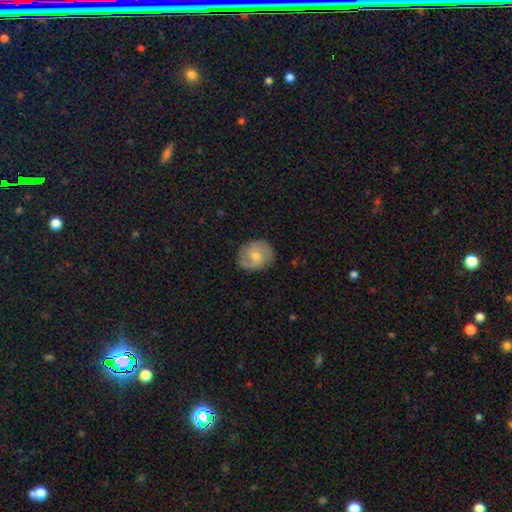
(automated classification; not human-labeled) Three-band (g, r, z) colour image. It shows a featured or disk galaxy (60%) with no bar (46%), 2 (80%) medium (48%) spiral arms (88%) and a small central bulge (48%). Merging: none (80%).